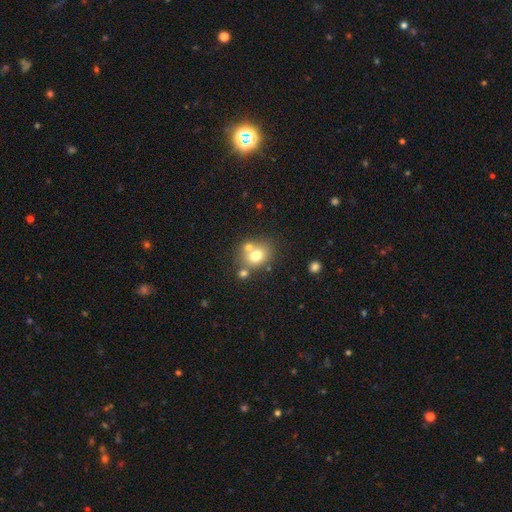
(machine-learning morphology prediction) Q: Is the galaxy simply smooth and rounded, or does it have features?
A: smooth — 72%.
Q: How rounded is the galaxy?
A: round — 61%.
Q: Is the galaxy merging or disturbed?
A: none — 53%.